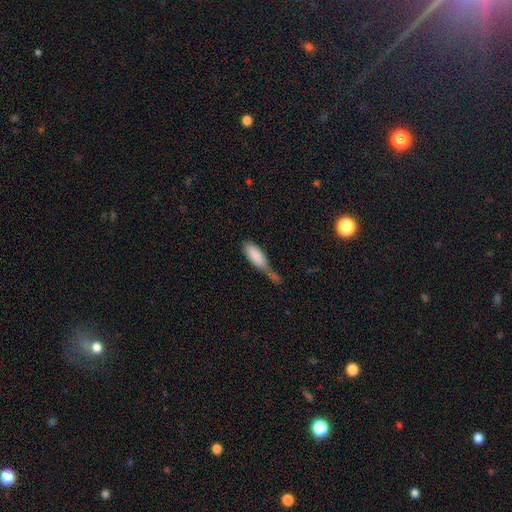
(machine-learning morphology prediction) Smooth or featured?
  - smooth: 83% *
  - featured or disk: 10%
  - star or artifact: 6%
How rounded?
  - in between: 63% *
  - cigar-shaped: 35%
  - round: 2%
Merging?
  - merger: 29% *
  - minor disturbance: 27%
  - major disturbance: 23%
  - none: 21%